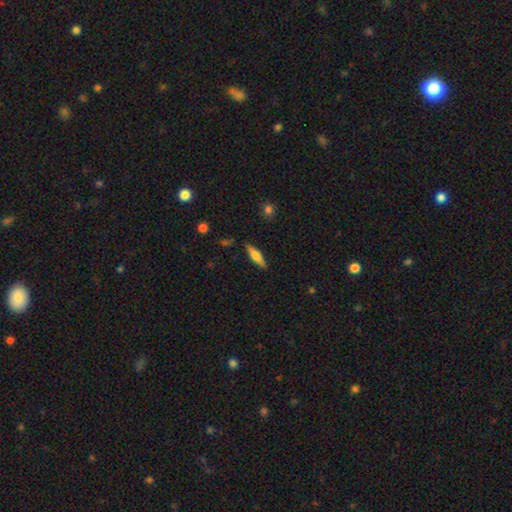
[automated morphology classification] smooth 56%, featured or disk 38%, star or artifact 6%. Down the decision tree: how rounded — cigar-shaped (73%); merging — none (87%).